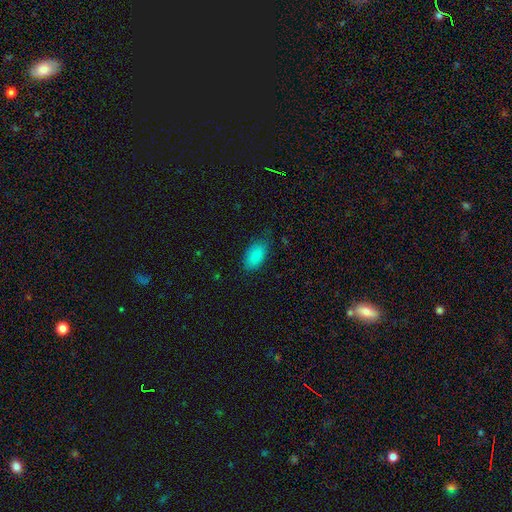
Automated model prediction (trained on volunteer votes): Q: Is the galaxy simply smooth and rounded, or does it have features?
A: smooth — 82%.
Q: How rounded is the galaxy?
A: in between — 92%.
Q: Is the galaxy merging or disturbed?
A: none — 76%.